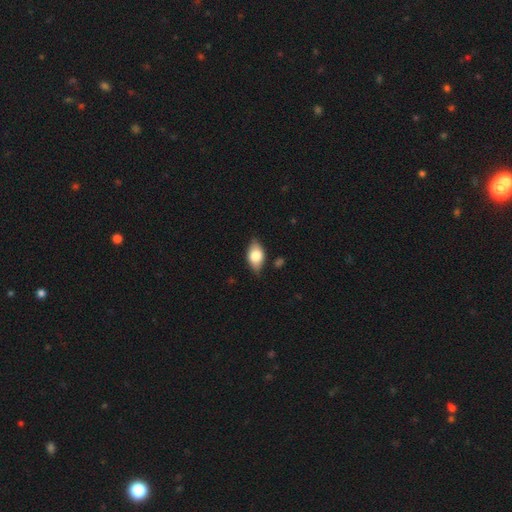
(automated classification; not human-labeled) smooth_or_featured: smooth (p=0.70) [alt: featured or disk p=0.23]
how_rounded: in between (p=0.88) [alt: round p=0.08]
merging: none (p=0.77) [alt: minor disturbance p=0.18]